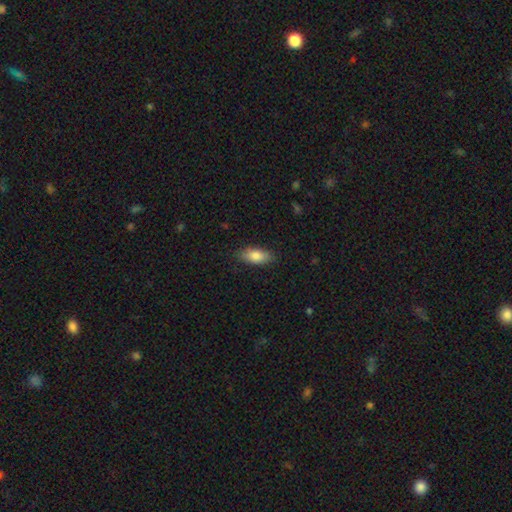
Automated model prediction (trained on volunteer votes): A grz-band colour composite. It shows a smooth galaxy with no disk features (83%) that is in between round and cigar-shaped (87%). Merging: none (83%).